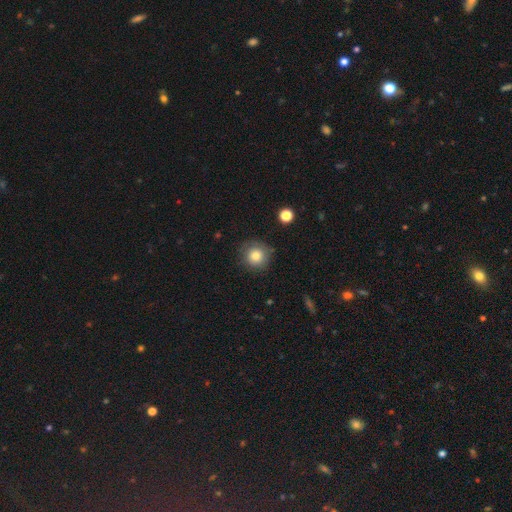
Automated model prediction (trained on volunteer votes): smooth_or_featured: smooth (p=0.79) [alt: featured or disk p=0.10]
how_rounded: round (p=0.93) [alt: in between p=0.06]
merging: none (p=0.81) [alt: minor disturbance p=0.14]